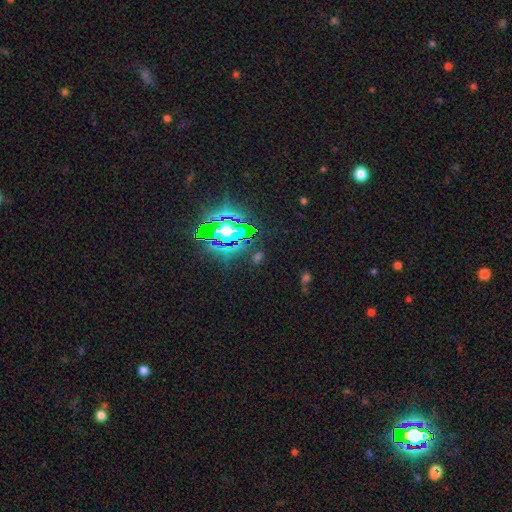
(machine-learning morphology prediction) smooth-or-featured: star or artifact: 75% | smooth: 14% | featured or disk: 11%